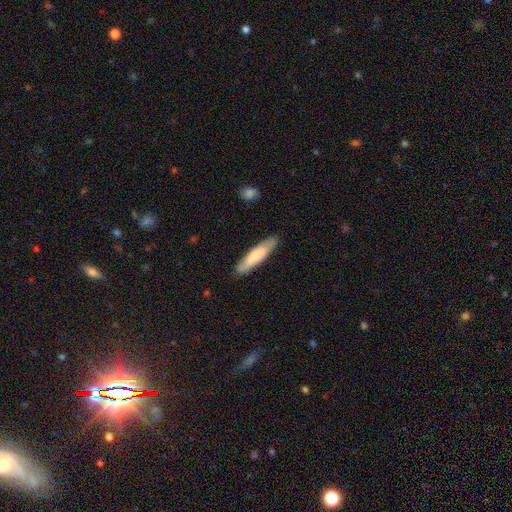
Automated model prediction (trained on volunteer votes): A smooth galaxy with no disk features (69%) that is cigar-shaped (76%).

Vote fractions:
- Smooth or featured? smooth: 69% / featured or disk: 26% / star or artifact: 5%
- How rounded? cigar-shaped: 76% / in between: 22% / round: 1%
- Merging? none: 87% / minor disturbance: 10% / major disturbance: 2% / merger: 1%